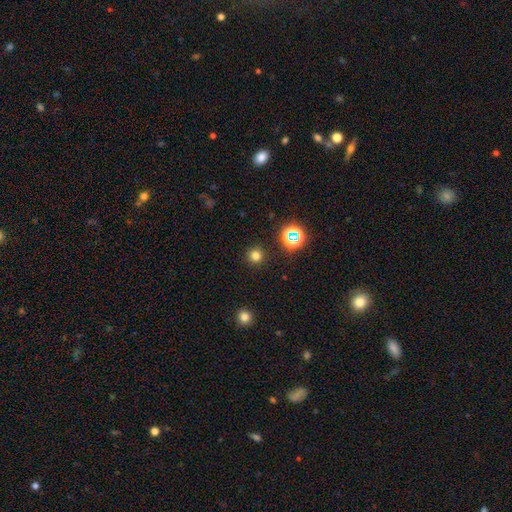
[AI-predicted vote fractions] Smooth or featured?
  - smooth: 73% *
  - star or artifact: 21%
  - featured or disk: 5%
How rounded?
  - round: 95% *
  - in between: 4%
  - cigar-shaped: 1%
Merging?
  - none: 90% *
  - minor disturbance: 6%
  - major disturbance: 2%
  - merger: 2%